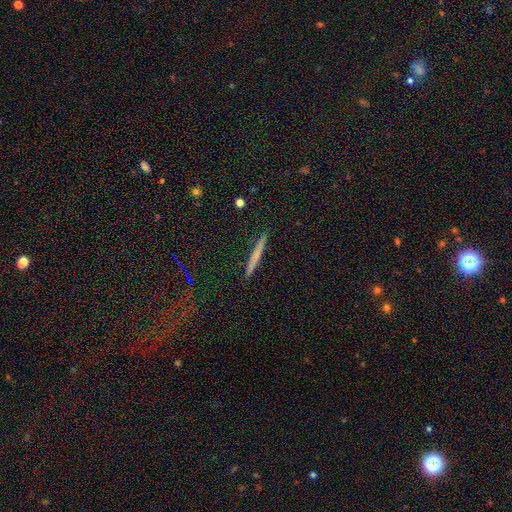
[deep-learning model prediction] Smooth or featured: smooth — 55% (featured or disk — 36%)
How rounded: cigar-shaped — 96% (in between — 2%)
Merging: none — 91% (minor disturbance — 6%)